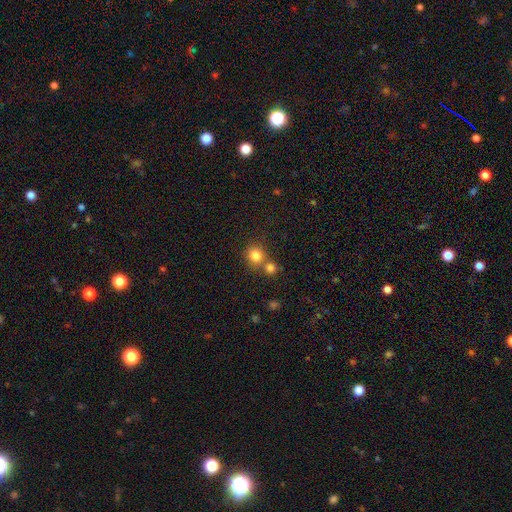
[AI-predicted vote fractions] A smooth galaxy with no disk features (82%) that is round (85%).

Vote fractions:
- Smooth or featured? smooth: 82% / star or artifact: 12% / featured or disk: 6%
- How rounded? round: 85% / in between: 14% / cigar-shaped: 1%
- Merging? none: 58% / merger: 31% / minor disturbance: 8% / major disturbance: 3%